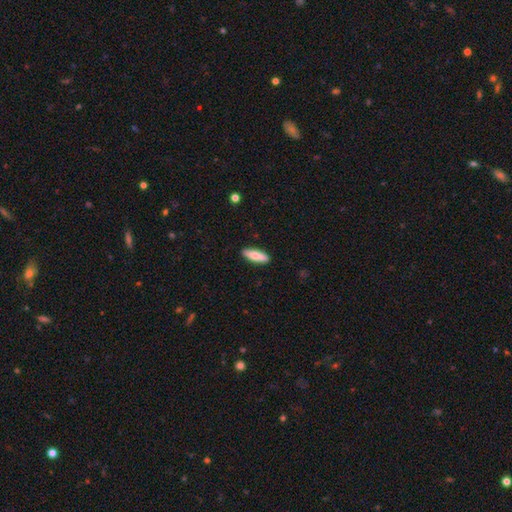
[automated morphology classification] Q: Smooth or featured?
A: smooth (76%); runner-up: featured or disk (18%)
Q: How rounded?
A: in between (52%); runner-up: cigar-shaped (46%)
Q: Merging?
A: none (90%); runner-up: minor disturbance (8%)